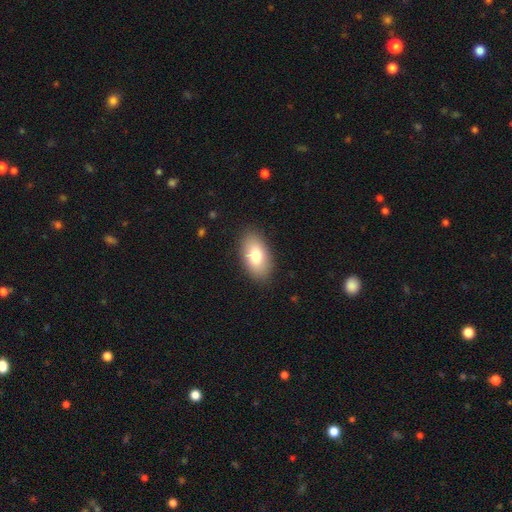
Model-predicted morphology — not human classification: Smooth or featured? smooth (78%)
How rounded? in between (92%)
Merging? none (87%)